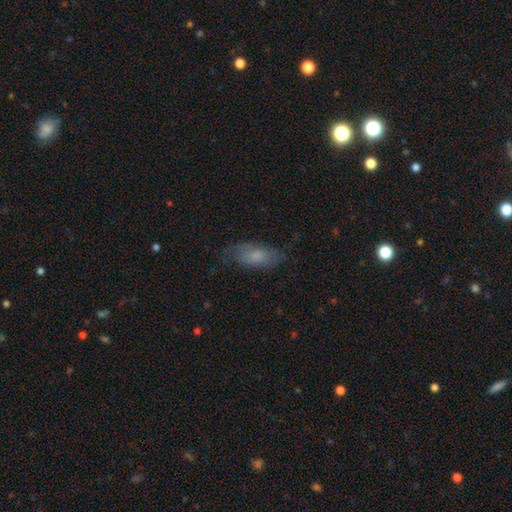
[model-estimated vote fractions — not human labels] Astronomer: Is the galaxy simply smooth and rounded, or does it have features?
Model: smooth — 59%.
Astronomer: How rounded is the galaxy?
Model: in between — 79%.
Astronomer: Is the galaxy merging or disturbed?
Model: none — 65%.